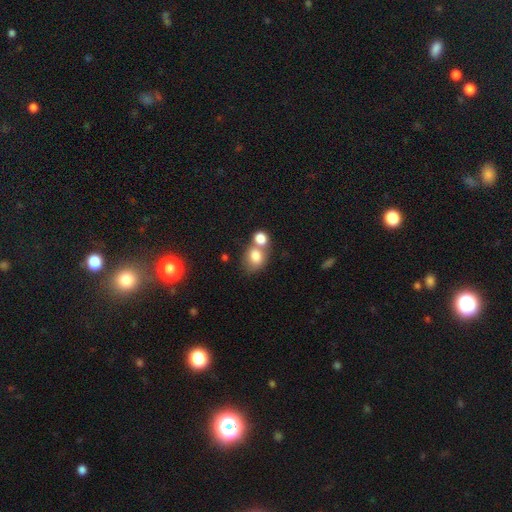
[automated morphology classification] type=smooth (79%); roundness=round (52%); merging=merger (50%).